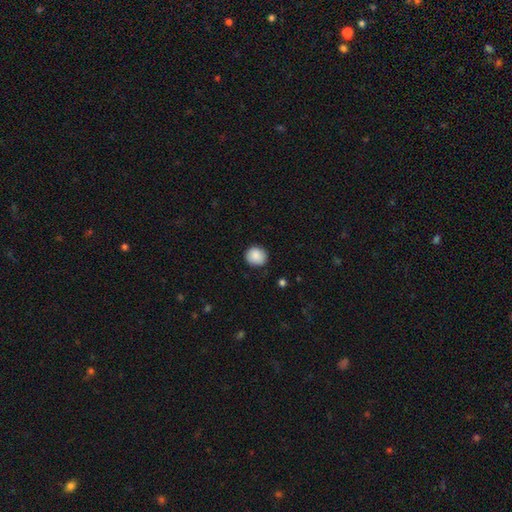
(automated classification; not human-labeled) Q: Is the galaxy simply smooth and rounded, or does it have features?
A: smooth — 88%.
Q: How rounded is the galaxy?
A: round — 87%.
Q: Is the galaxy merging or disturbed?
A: none — 87%.